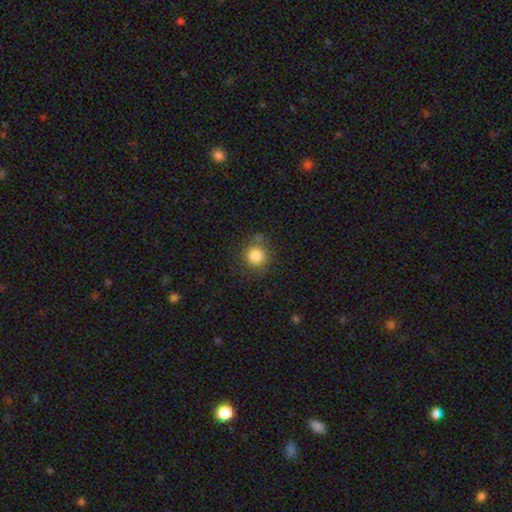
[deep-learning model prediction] smooth 83%, star or artifact 11%, featured or disk 6%. Down the decision tree: how rounded — round (91%); merging — none (76%).